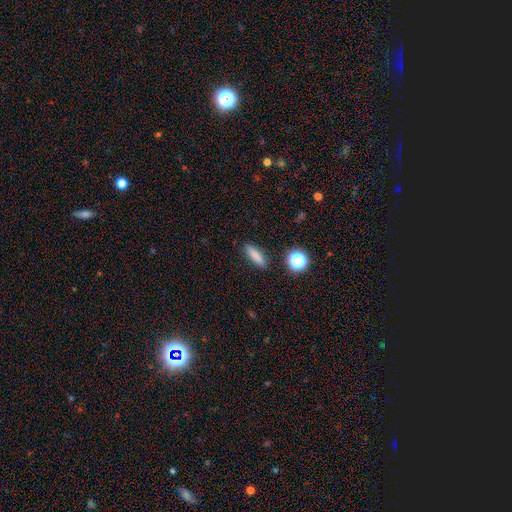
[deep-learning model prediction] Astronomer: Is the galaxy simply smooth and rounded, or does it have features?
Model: smooth — 81%.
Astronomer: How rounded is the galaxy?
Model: cigar-shaped — 68%.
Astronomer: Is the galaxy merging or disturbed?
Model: none — 89%.